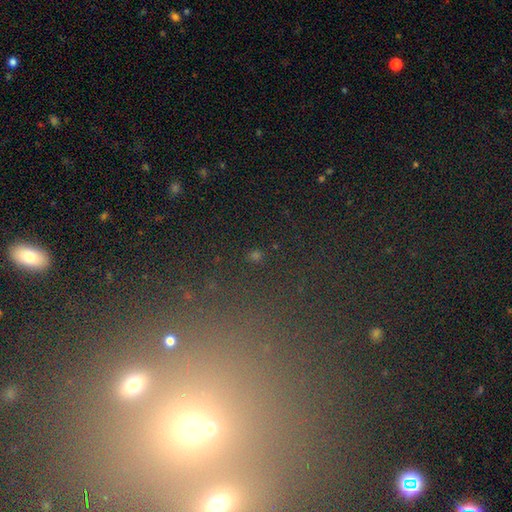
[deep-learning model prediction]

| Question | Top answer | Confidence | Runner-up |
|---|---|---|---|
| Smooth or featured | star or artifact | 61% | smooth (27%) |